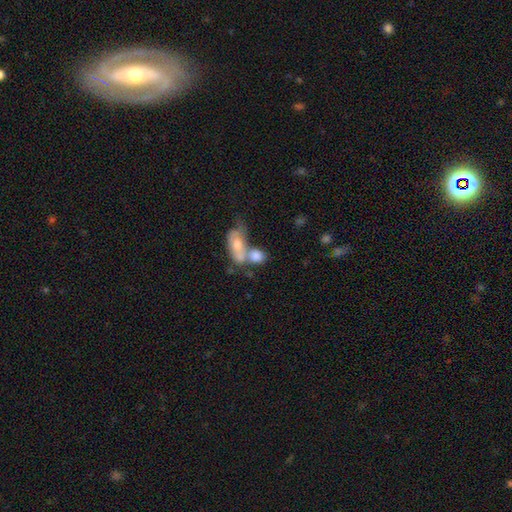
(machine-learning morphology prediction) type=smooth (73%); roundness=in between (67%); merging=merger (61%).